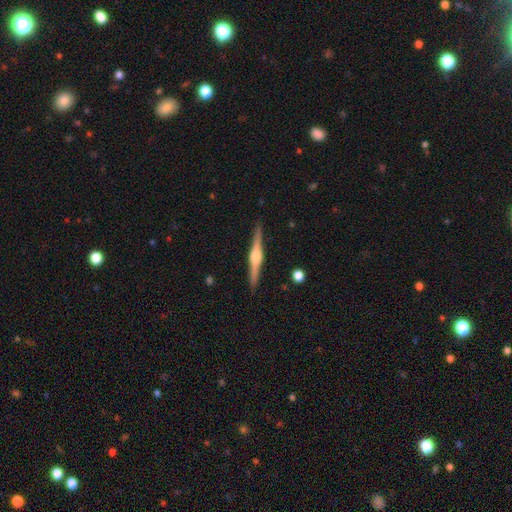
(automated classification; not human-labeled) Smooth or featured?
  - featured or disk: 81% *
  - smooth: 14%
  - star or artifact: 5%
Edge-on disk?
  - yes: 98% *
  - no: 2%
Edge-on bulge?
  - rounded: 86% *
  - boxy: 11%
  - none: 3%
Merging?
  - none: 91% *
  - minor disturbance: 7%
  - major disturbance: 1%
  - merger: 1%